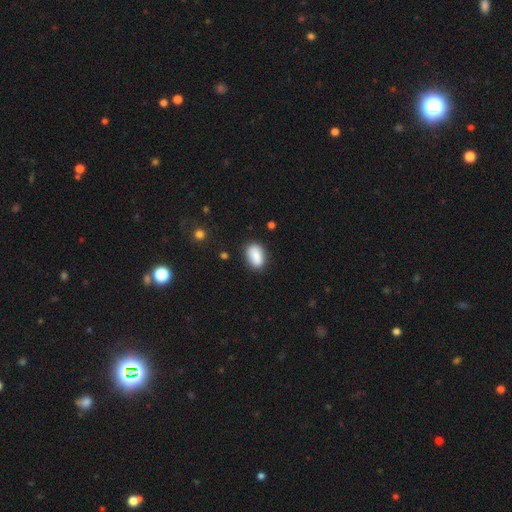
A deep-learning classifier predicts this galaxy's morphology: Overall: smooth (87%). How rounded: in between (88%). Merging: none (80%).